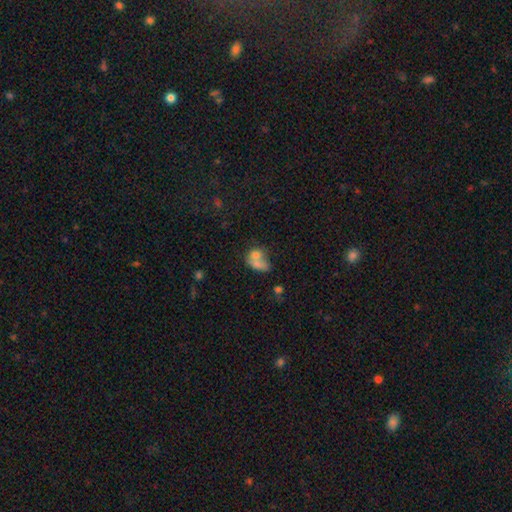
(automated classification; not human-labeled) smooth-or-featured: smooth: 69% | featured or disk: 20% | star or artifact: 11%
  how-rounded: in between: 61% | round: 37% | cigar-shaped: 2%
  merging: merger: 64% | none: 18% | minor disturbance: 9% | major disturbance: 9%